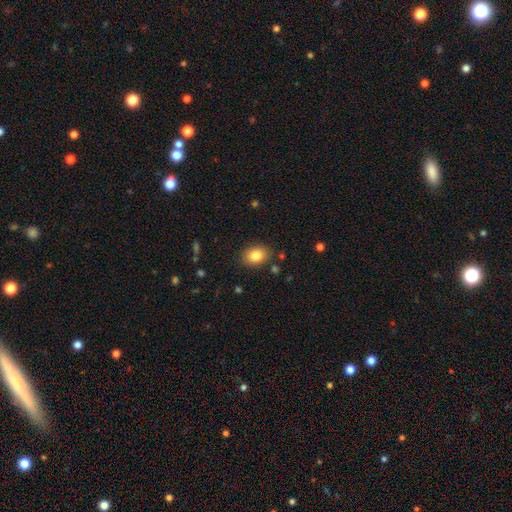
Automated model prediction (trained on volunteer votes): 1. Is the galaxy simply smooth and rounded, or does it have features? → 84% smooth, 9% star or artifact, 7% featured or disk.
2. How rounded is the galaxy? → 70% in between, 29% round, 1% cigar-shaped.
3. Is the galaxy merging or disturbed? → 86% none, 10% minor disturbance, 3% major disturbance, 2% merger.